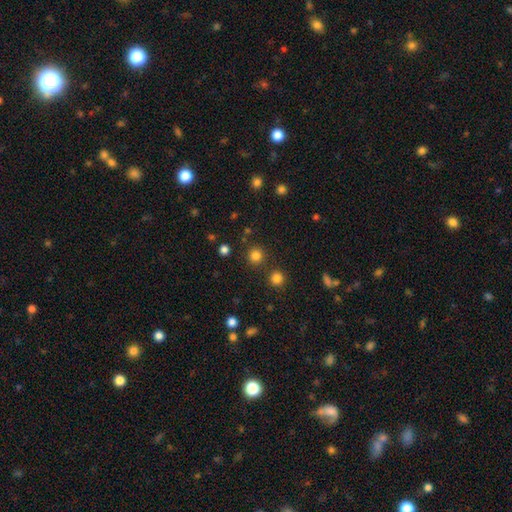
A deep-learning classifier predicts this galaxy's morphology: Smooth or featured? smooth (81%)
How rounded? round (94%)
Merging? none (86%)